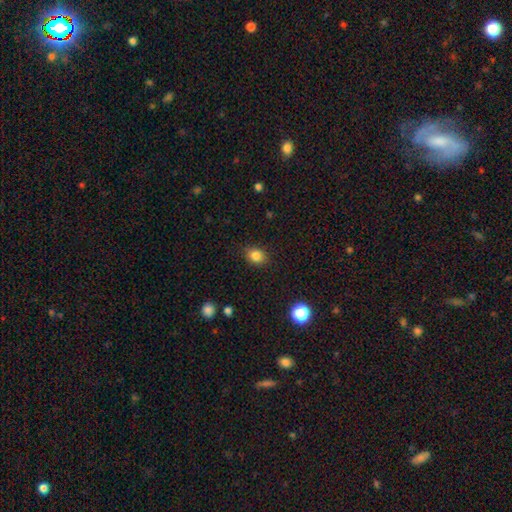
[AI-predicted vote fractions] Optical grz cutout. It shows a smooth galaxy with no disk features (83%) that is round (51%). Merging: none (87%).